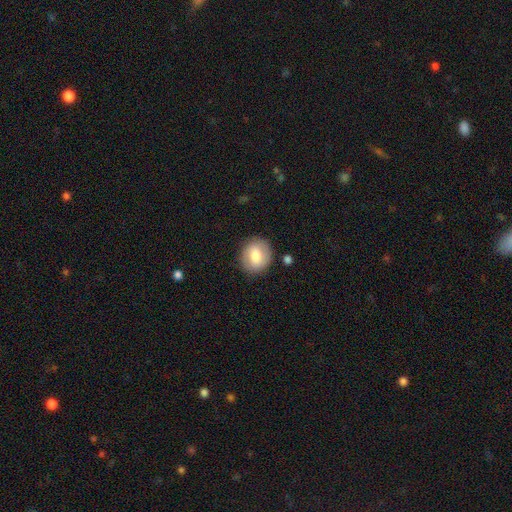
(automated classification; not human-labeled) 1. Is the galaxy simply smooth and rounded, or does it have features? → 70% smooth, 23% featured or disk, 7% star or artifact.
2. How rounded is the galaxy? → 69% round, 30% in between, 1% cigar-shaped.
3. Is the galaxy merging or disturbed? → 84% none, 10% minor disturbance, 3% major disturbance, 2% merger.